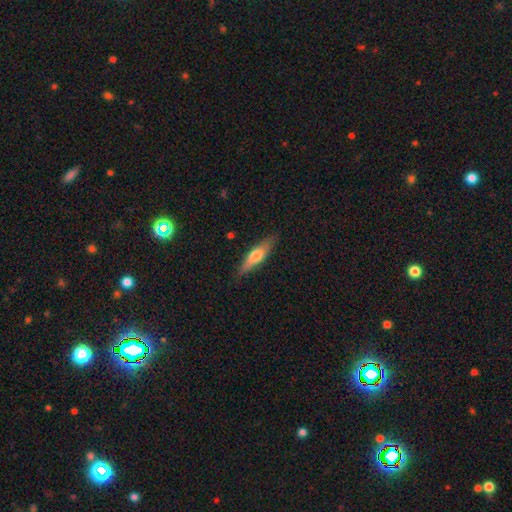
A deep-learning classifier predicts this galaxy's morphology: smooth_or_featured: smooth (p=0.57) [alt: featured or disk p=0.37]
how_rounded: cigar-shaped (p=0.66) [alt: in between p=0.32]
merging: none (p=0.84) [alt: minor disturbance p=0.12]